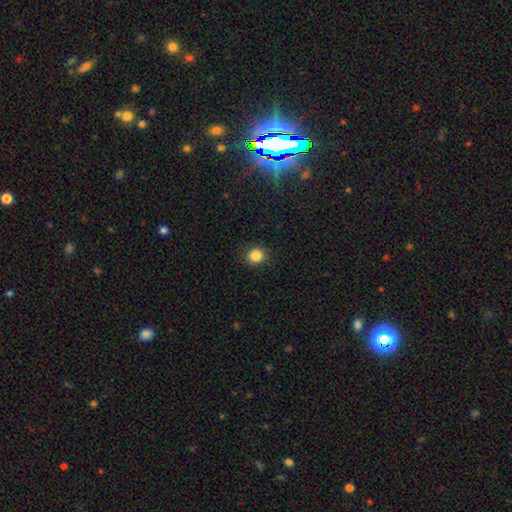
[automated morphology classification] The model was most divided on "smooth or featured": smooth: 85%, star or artifact: 11%, featured or disk: 5%. More confident: merging — none (90%); how rounded — round (88%).